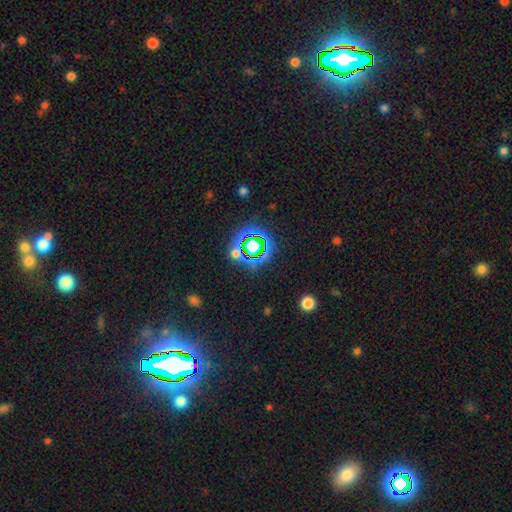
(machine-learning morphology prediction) A star or artifact, not a galaxy (78%).

Vote fractions:
- Smooth or featured? star or artifact: 78% / smooth: 14% / featured or disk: 8%